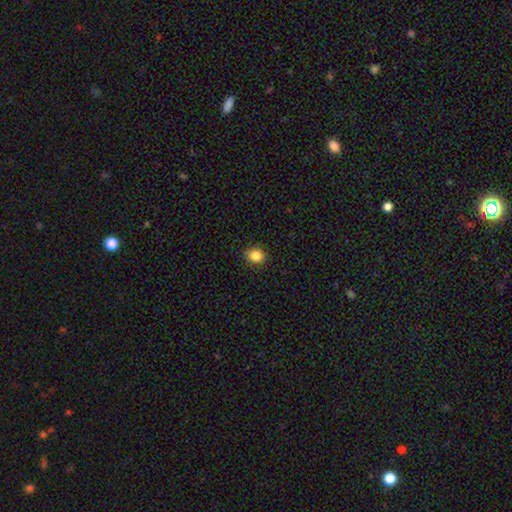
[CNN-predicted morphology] smooth-or-featured: smooth: 85% | star or artifact: 10% | featured or disk: 4%
  how-rounded: round: 67% | in between: 32% | cigar-shaped: 1%
  merging: none: 88% | minor disturbance: 9% | major disturbance: 2% | merger: 1%